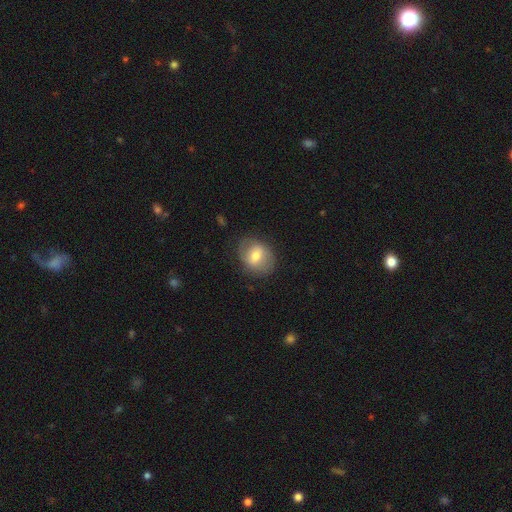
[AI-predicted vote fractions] Smooth or featured: smooth — 56% (featured or disk — 37%)
How rounded: round — 51% (in between — 48%)
Merging: none — 75% (minor disturbance — 17%)